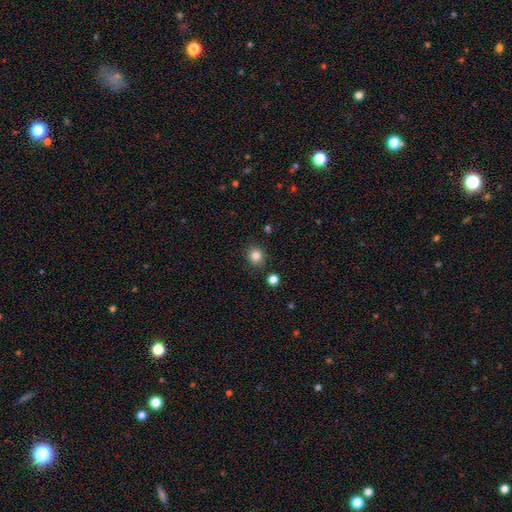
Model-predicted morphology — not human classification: type=smooth (83%); roundness=round (87%); merging=none (88%).